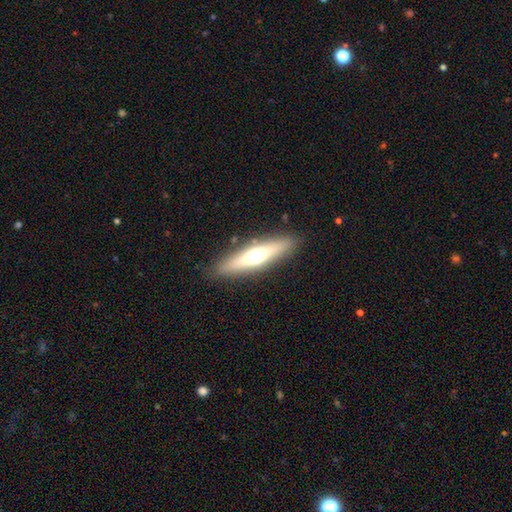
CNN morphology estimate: Smooth or featured?
  - featured or disk: 49% *
  - smooth: 44%
  - star or artifact: 7%
Merging?
  - none: 88% *
  - minor disturbance: 9%
  - major disturbance: 3%
  - merger: 1%